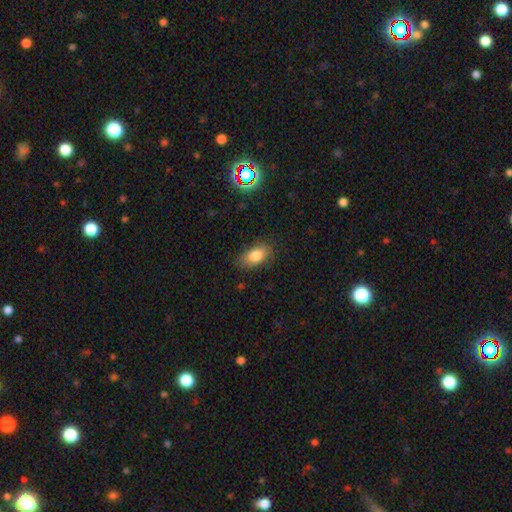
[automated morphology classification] This appears to be a smooth galaxy with no disk features (80%) that is in between round and cigar-shaped (88%). Merging: none (81%).